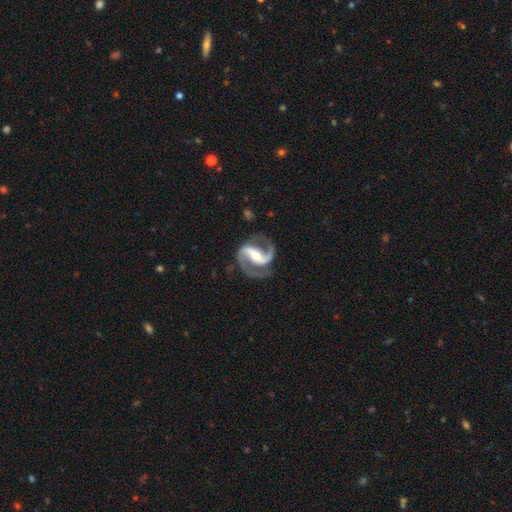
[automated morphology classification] This appears to be a featured or disk galaxy (94%) with a strong bar (60%), 2 (94%) medium (62%) spiral arms (98%) and a moderate central bulge (57%). Merging: none (82%).